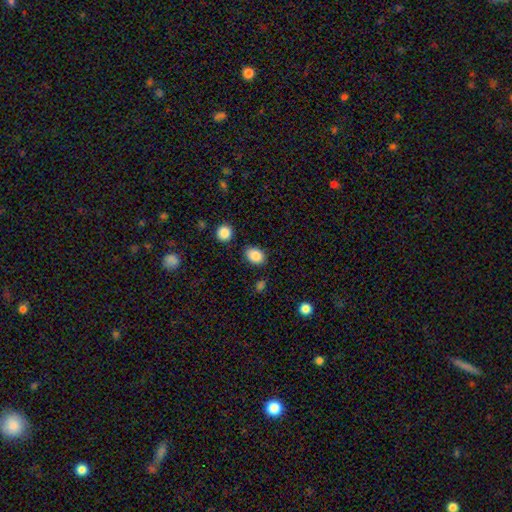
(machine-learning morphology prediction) The model was most divided on "how rounded": in between: 68%, round: 31%, cigar-shaped: 1%. More confident: smooth or featured — smooth (87%); merging — none (83%).